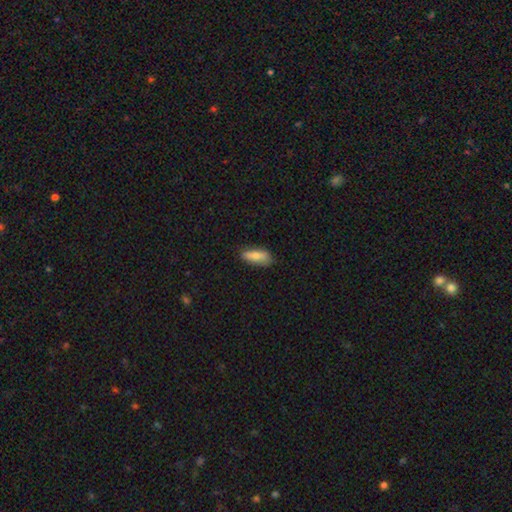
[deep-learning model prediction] Smooth or featured? smooth (80%)
How rounded? in between (64%)
Merging? none (73%)